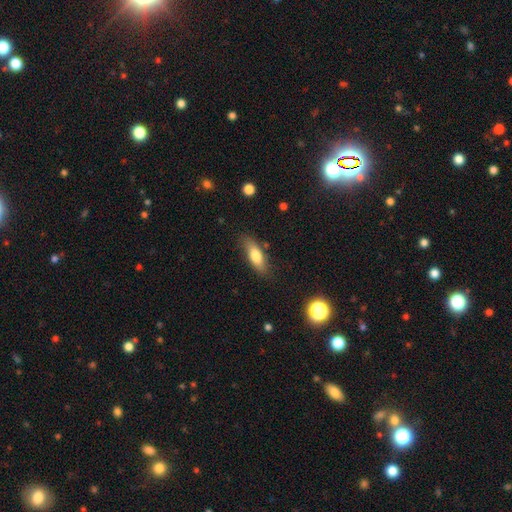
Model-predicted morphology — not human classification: This is likely a smooth galaxy (73%). How rounded: likely in between (62%). Merging: likely none (79%).